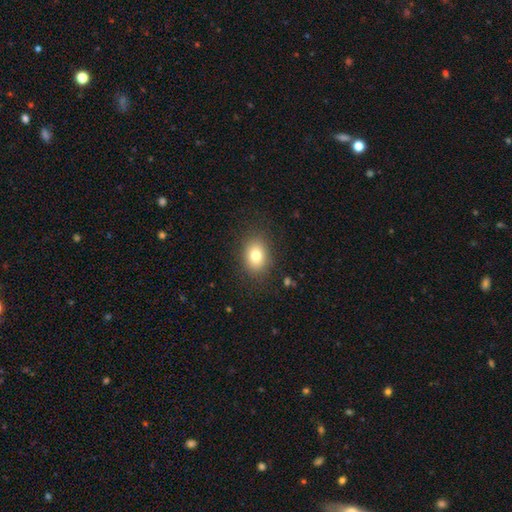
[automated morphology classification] smooth_or_featured: smooth (p=0.78) [alt: featured or disk p=0.11]
how_rounded: in between (p=0.62) [alt: round p=0.37]
merging: none (p=0.84) [alt: minor disturbance p=0.10]